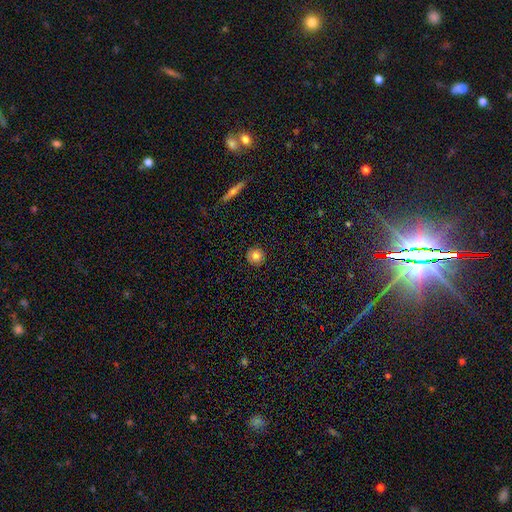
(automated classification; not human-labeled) smooth_or_featured: smooth (p=0.81) [alt: featured or disk p=0.10]
how_rounded: round (p=0.95) [alt: in between p=0.04]
merging: none (p=0.92) [alt: minor disturbance p=0.05]